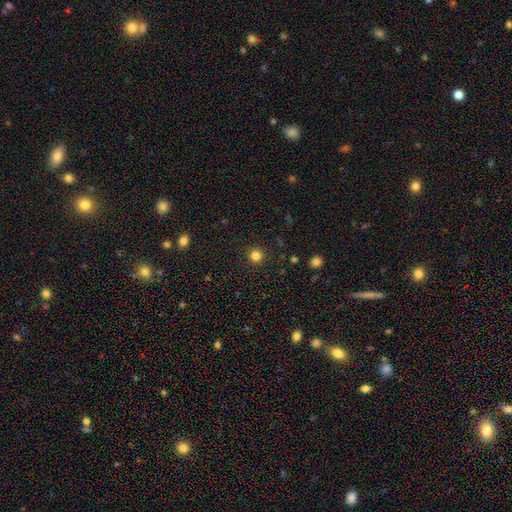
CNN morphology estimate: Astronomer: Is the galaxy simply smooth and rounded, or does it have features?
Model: smooth — 83%.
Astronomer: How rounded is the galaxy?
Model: round — 94%.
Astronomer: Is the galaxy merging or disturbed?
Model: none — 92%.